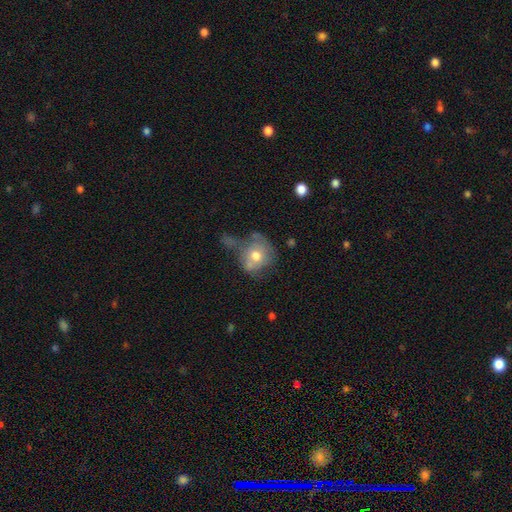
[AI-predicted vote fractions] smooth_or_featured: smooth (p=0.60) [alt: featured or disk p=0.31]
how_rounded: round (p=0.73) [alt: in between p=0.26]
merging: none (p=0.34) [alt: minor disturbance p=0.24]